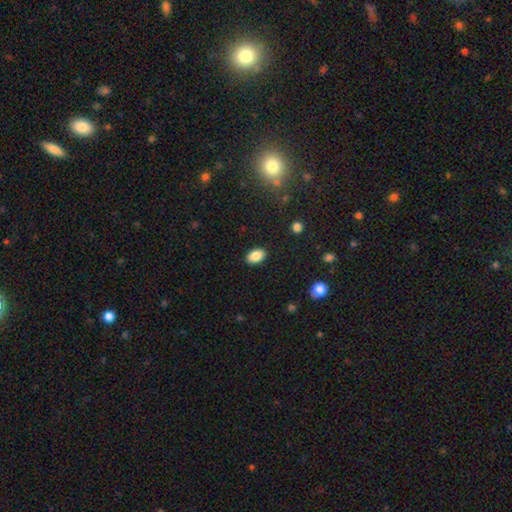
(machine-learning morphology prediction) Smooth or featured? smooth (87%)
How rounded? in between (89%)
Merging? none (88%)